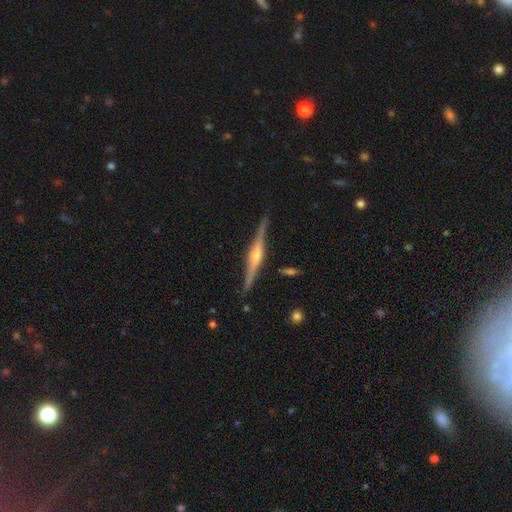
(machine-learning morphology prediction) Q: Smooth or featured?
A: featured or disk (86%); runner-up: smooth (9%)
Q: Edge-on disk?
A: yes (98%); runner-up: no (2%)
Q: Edge-on bulge?
A: rounded (89%); runner-up: boxy (8%)
Q: Merging?
A: none (88%); runner-up: minor disturbance (9%)